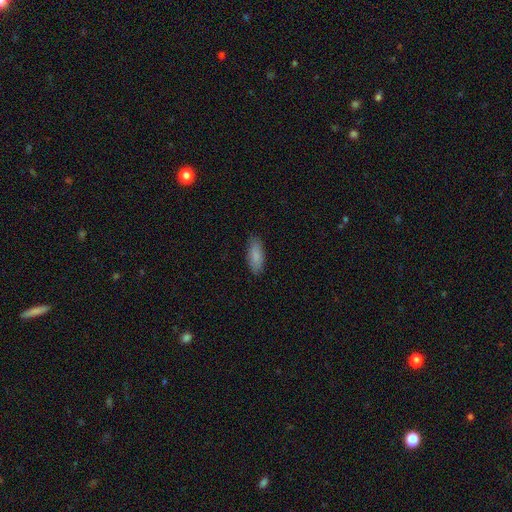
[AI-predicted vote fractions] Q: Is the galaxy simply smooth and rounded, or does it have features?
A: smooth — 86%.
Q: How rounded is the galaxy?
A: in between — 72%.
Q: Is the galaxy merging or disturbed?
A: none — 85%.